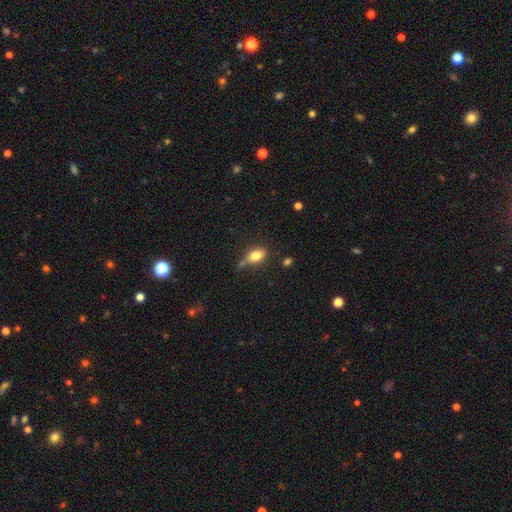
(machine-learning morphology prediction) This is likely a smooth galaxy (74%). How rounded: clearly in between (81%). Merging: possibly none (51%).